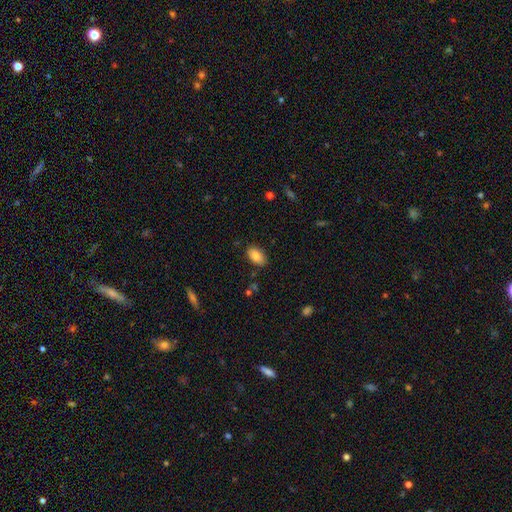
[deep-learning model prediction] Q: Smooth or featured?
A: smooth (84%); runner-up: featured or disk (8%)
Q: How rounded?
A: in between (92%); runner-up: round (6%)
Q: Merging?
A: none (86%); runner-up: minor disturbance (10%)